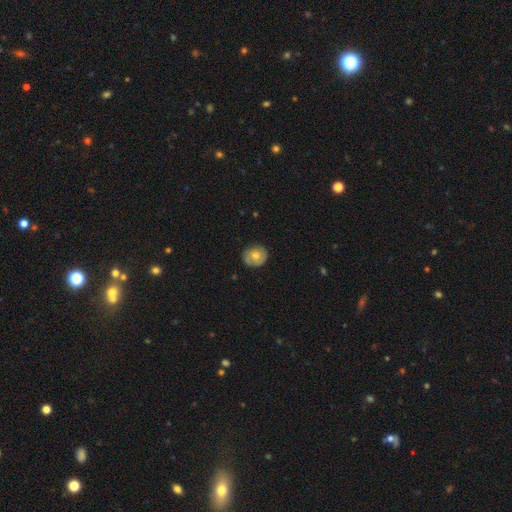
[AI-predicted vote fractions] This appears to be a smooth galaxy with no disk features (62%) that is round (80%). Merging: none (82%).